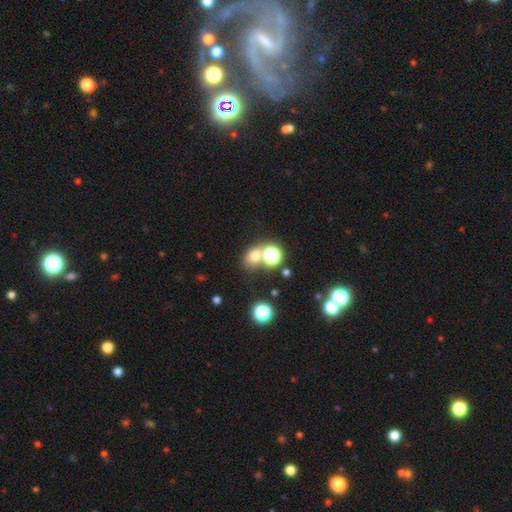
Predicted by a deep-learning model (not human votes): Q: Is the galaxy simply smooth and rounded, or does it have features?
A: smooth — 66%.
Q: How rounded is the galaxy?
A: round — 62%.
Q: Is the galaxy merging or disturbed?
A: none — 55%.